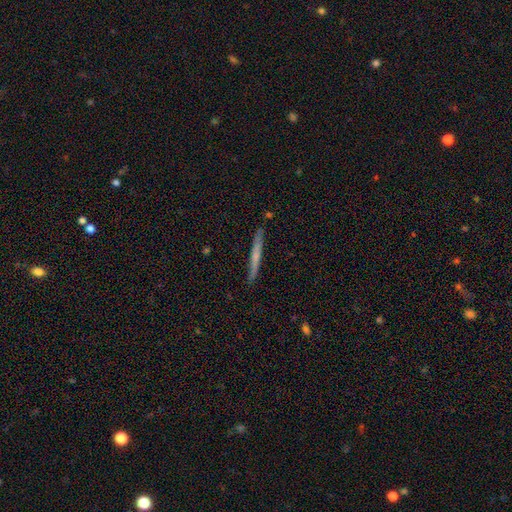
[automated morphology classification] Smooth or featured?
  - smooth: 48% *
  - featured or disk: 46%
  - star or artifact: 6%
Merging?
  - none: 88% *
  - minor disturbance: 9%
  - major disturbance: 2%
  - merger: 2%